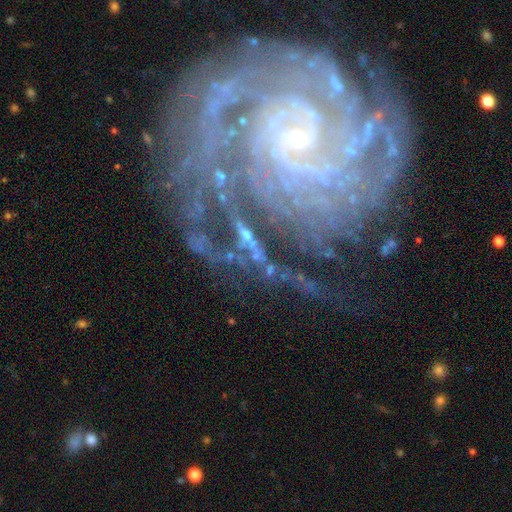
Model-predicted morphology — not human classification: A featured or disk galaxy (68%) with no bar (41%), tight (55%) spiral arms (91%) and a small central bulge (58%).

Vote fractions:
- Smooth or featured? featured or disk: 68% / star or artifact: 21% / smooth: 11%
- Edge-on disk? no: 89% / yes: 11%
- Bar? no: 41% / weak: 31% / strong: 28%
- Spiral arms? yes: 91% / no: 9%
- Spiral winding? tight: 55% / medium: 30% / loose: 15%
- Spiral arm count? can't tell: 30% / 2: 19% / 3: 16% / 4: 12% / more than 4: 11% / 1: 11%
- Bulge size? small: 58% / moderate: 24% / none: 10% / large: 5% / dominant: 3%
- Merging? none: 56% / major disturbance: 18% / minor disturbance: 18% / merger: 8%